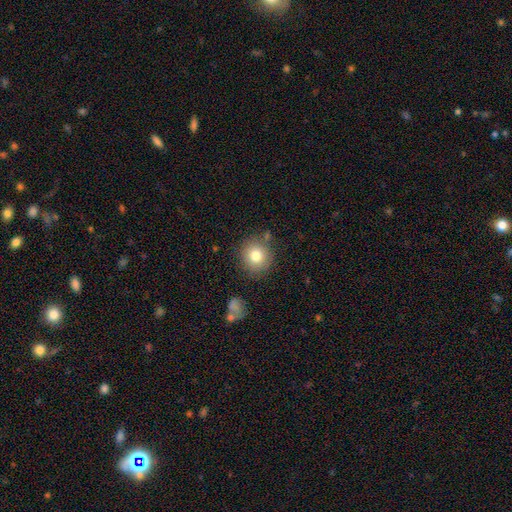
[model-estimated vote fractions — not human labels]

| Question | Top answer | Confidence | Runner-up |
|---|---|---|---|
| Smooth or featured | smooth | 80% | star or artifact (10%) |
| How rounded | round | 87% | in between (12%) |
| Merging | none | 80% | minor disturbance (12%) |